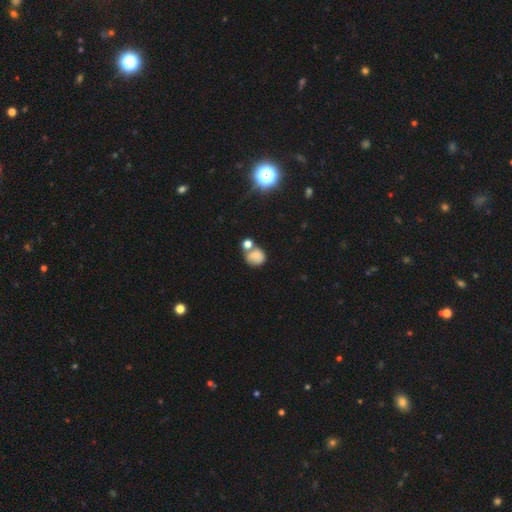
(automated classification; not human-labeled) smooth-or-featured: smooth: 72% | featured or disk: 15% | star or artifact: 13%
  how-rounded: round: 70% | in between: 29% | cigar-shaped: 1%
  merging: none: 40% | merger: 38% | minor disturbance: 16% | major disturbance: 7%